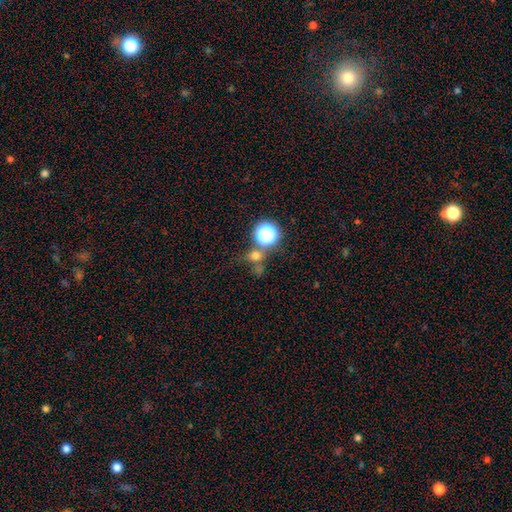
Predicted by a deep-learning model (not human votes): Smooth or featured? smooth (63%)
How rounded? round (84%)
Merging? none (61%)